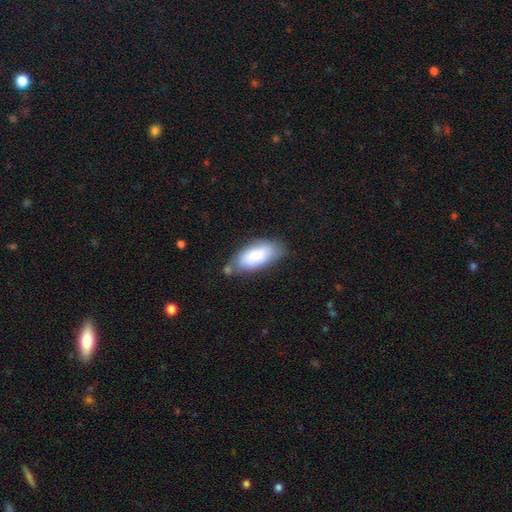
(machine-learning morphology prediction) Overall: smooth (74%). How rounded: in between (89%). Merging: none (58%; minor disturbance 26%).